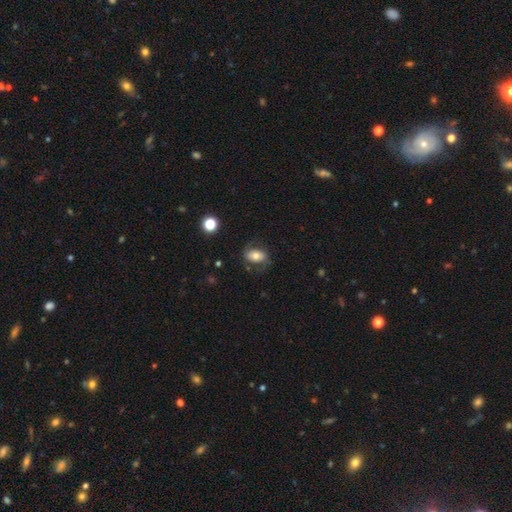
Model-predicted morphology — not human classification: smooth-or-featured: smooth: 61% | featured or disk: 31% | star or artifact: 9%
  how-rounded: in between: 80% | round: 18% | cigar-shaped: 2%
  merging: none: 67% | minor disturbance: 19% | major disturbance: 12% | merger: 2%